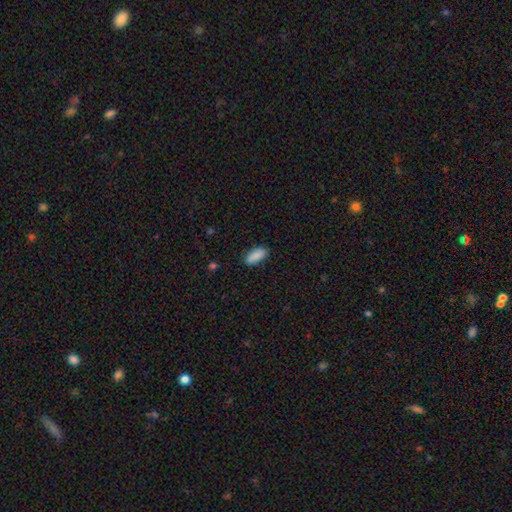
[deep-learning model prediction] A smooth galaxy with no disk features (90%) that is in between round and cigar-shaped (83%).

Vote fractions:
- Smooth or featured? smooth: 90% / star or artifact: 7% / featured or disk: 4%
- How rounded? in between: 83% / cigar-shaped: 16% / round: 2%
- Merging? none: 86% / minor disturbance: 10% / major disturbance: 2% / merger: 1%